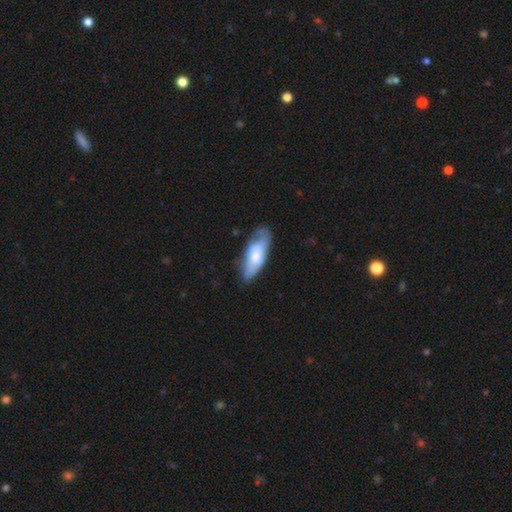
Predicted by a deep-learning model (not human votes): Smooth or featured: smooth — 54% (featured or disk — 40%)
How rounded: in between — 73% (cigar-shaped — 25%)
Merging: none — 54% (minor disturbance — 31%)